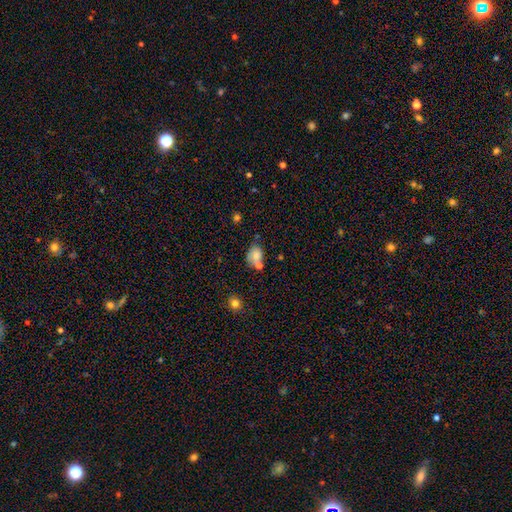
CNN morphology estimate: Smooth or featured? Predicted: smooth (p=0.74). How rounded? Predicted: in between (p=0.62). Merging? Predicted: none (p=0.44).